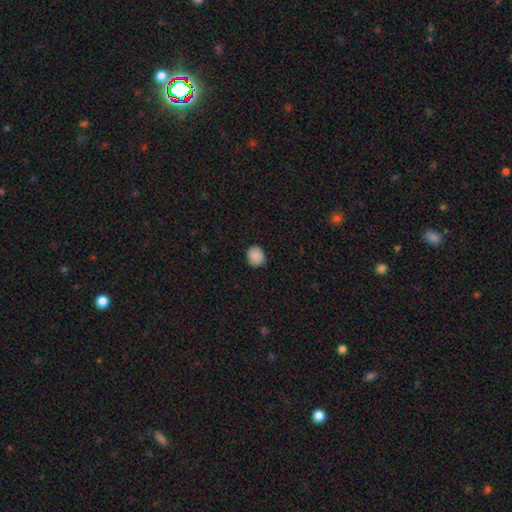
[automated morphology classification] Smooth or featured?
  - smooth: 89% *
  - star or artifact: 8%
  - featured or disk: 3%
How rounded?
  - round: 65% *
  - in between: 34%
  - cigar-shaped: 1%
Merging?
  - none: 86% *
  - minor disturbance: 11%
  - major disturbance: 2%
  - merger: 1%